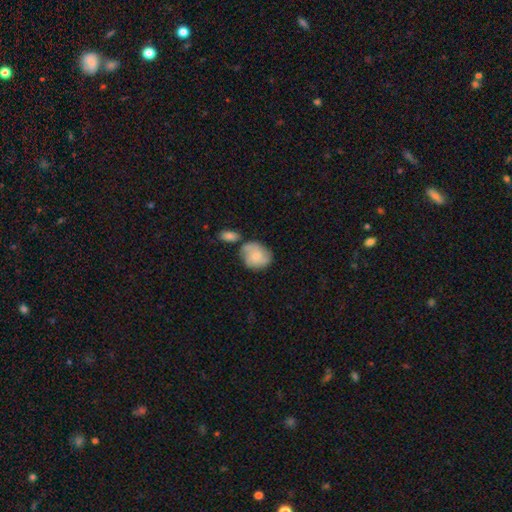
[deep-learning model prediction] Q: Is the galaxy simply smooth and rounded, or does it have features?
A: smooth — 58%.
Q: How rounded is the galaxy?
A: round — 62%.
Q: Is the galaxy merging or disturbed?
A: none — 51%.